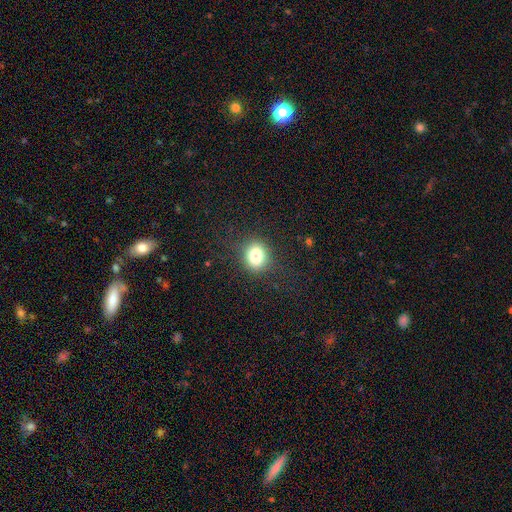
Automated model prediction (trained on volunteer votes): Smooth or featured: smooth — 80% (star or artifact — 12%)
How rounded: round — 69% (in between — 29%)
Merging: none — 83% (minor disturbance — 11%)